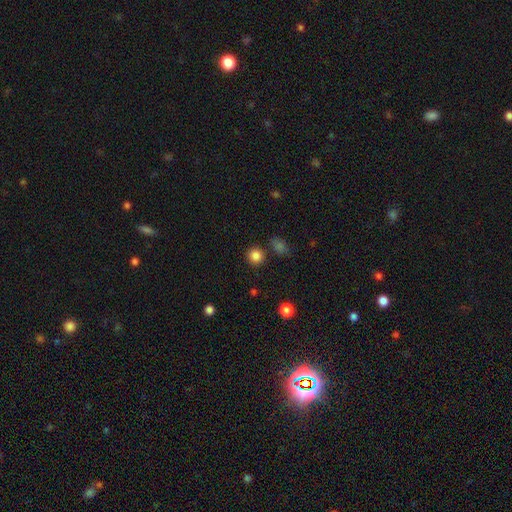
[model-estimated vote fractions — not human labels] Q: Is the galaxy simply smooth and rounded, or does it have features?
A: smooth — 84%.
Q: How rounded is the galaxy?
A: round — 91%.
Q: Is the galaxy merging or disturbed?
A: none — 86%.